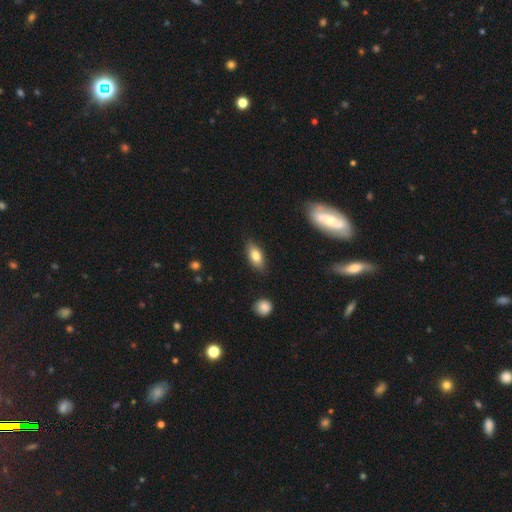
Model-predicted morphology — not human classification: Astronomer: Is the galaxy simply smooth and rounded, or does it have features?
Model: smooth — 79%.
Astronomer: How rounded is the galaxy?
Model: in between — 85%.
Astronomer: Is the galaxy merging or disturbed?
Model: none — 84%.